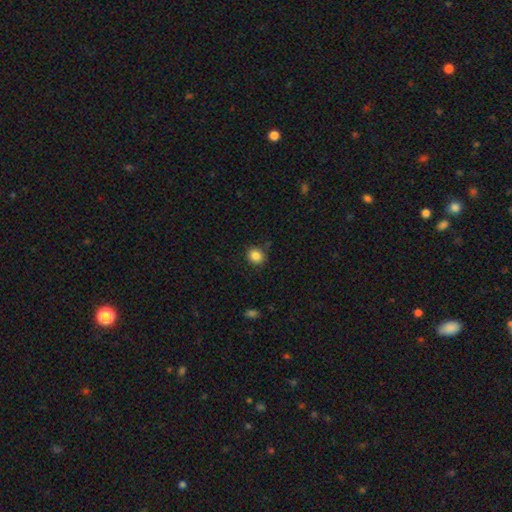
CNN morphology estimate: The model was most divided on "how rounded": round: 76%, in between: 23%, cigar-shaped: 1%. More confident: merging — none (86%); smooth or featured — smooth (86%).